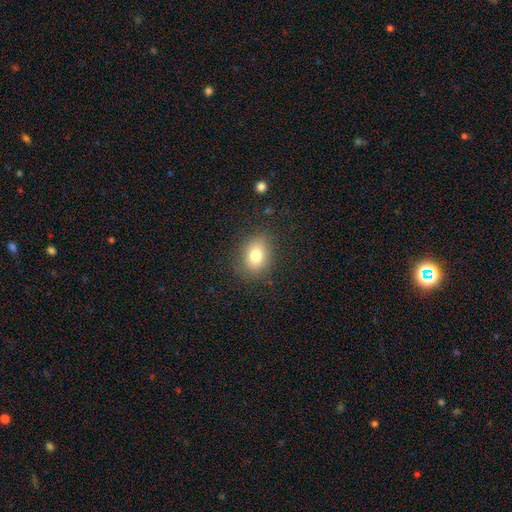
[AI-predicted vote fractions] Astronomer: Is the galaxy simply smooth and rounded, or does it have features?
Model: smooth — 78%.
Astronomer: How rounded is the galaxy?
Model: in between — 55% (runner-up: round, 44%).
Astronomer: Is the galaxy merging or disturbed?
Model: none — 83%.